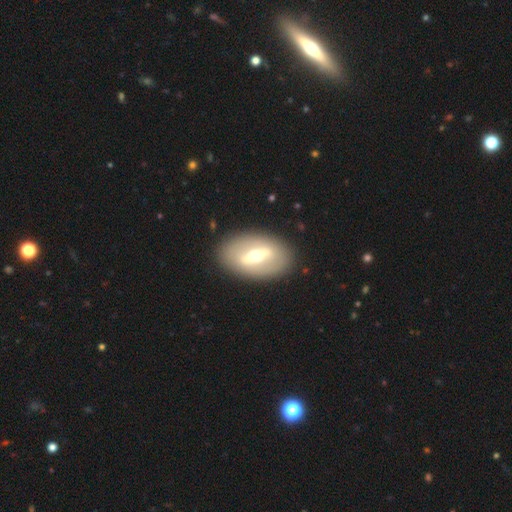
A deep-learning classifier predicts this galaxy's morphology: Q: Smooth or featured?
A: featured or disk (65%); runner-up: smooth (28%)
Q: Edge-on disk?
A: no (76%); runner-up: yes (24%)
Q: Merging?
A: none (87%); runner-up: minor disturbance (8%)